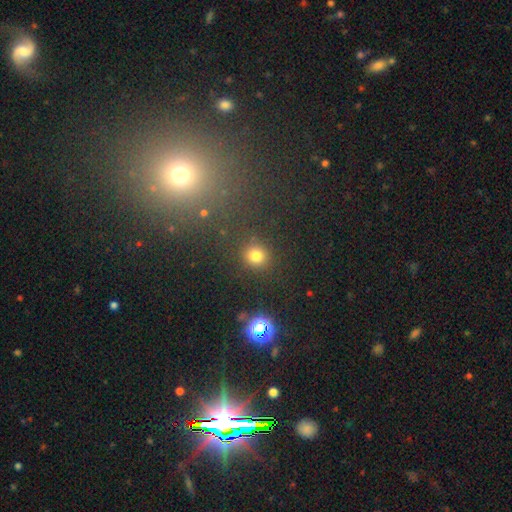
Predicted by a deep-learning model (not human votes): Q: Smooth or featured?
A: smooth (75%); runner-up: star or artifact (19%)
Q: How rounded?
A: round (86%); runner-up: in between (13%)
Q: Merging?
A: none (86%); runner-up: minor disturbance (7%)